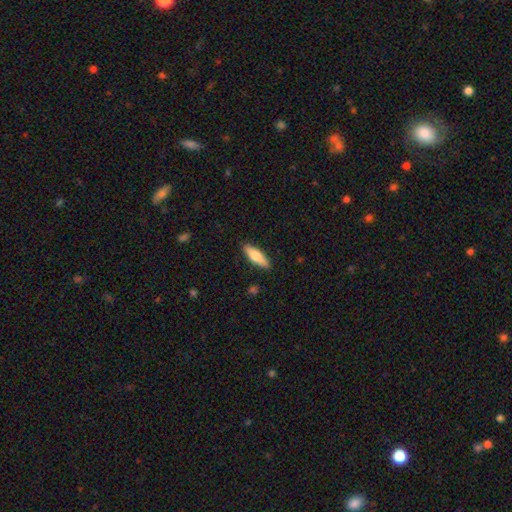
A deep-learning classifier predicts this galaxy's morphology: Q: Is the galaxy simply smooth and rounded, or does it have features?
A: smooth — 67%.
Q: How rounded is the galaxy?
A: cigar-shaped — 52%.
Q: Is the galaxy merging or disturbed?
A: none — 89%.